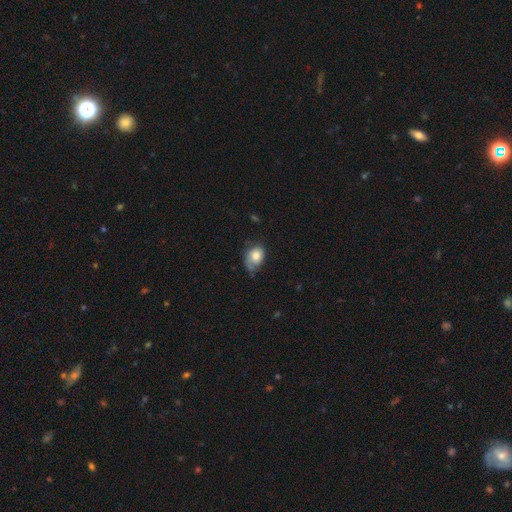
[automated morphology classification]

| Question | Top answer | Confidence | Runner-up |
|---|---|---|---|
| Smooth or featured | smooth | 75% | featured or disk (18%) |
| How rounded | in between | 72% | round (27%) |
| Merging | none | 41% | minor disturbance (39%) |